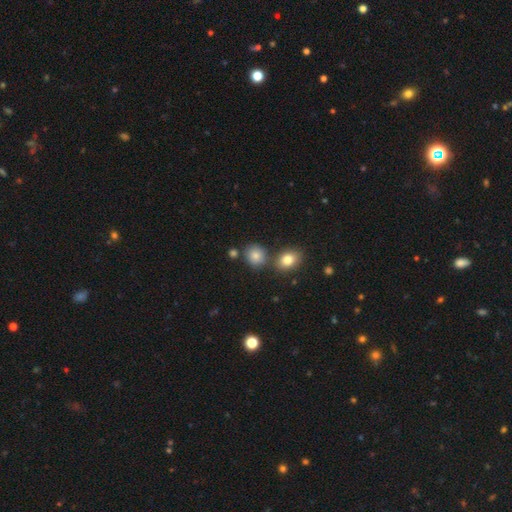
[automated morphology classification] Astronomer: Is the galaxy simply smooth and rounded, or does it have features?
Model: smooth — 82%.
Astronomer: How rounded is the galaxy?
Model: round — 77%.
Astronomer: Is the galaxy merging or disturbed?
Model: none — 72%.